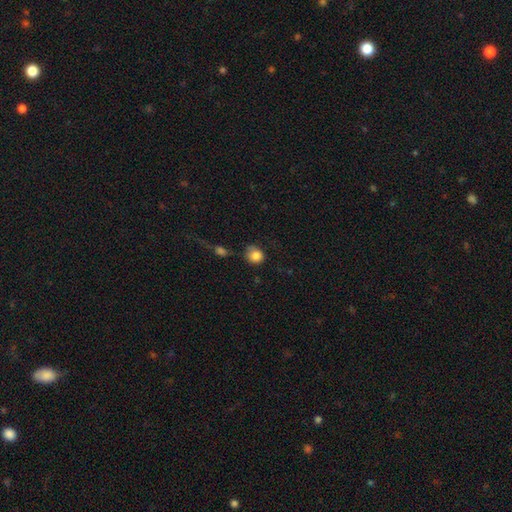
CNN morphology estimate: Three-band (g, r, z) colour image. It shows a smooth galaxy with no disk features (84%) that is round (79%). Merging: none (58%).